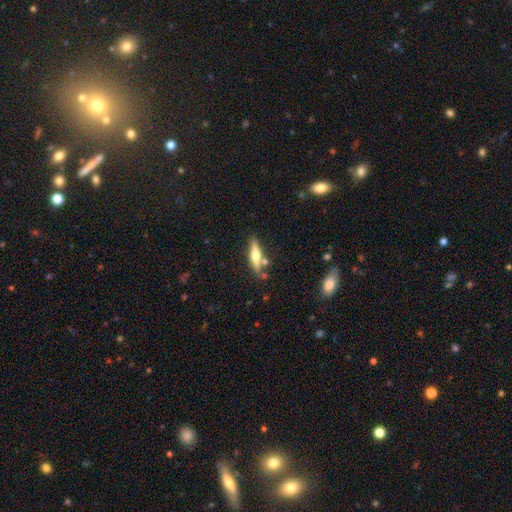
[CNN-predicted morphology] type=featured or disk (51%); edge-on=yes (93%); merging=none (73%).